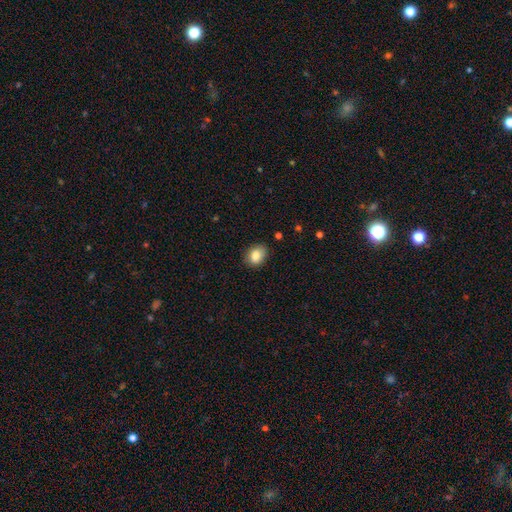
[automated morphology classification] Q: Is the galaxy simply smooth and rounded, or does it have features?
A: smooth — 85%.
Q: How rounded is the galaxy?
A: in between — 69%.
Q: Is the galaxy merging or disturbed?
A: none — 82%.